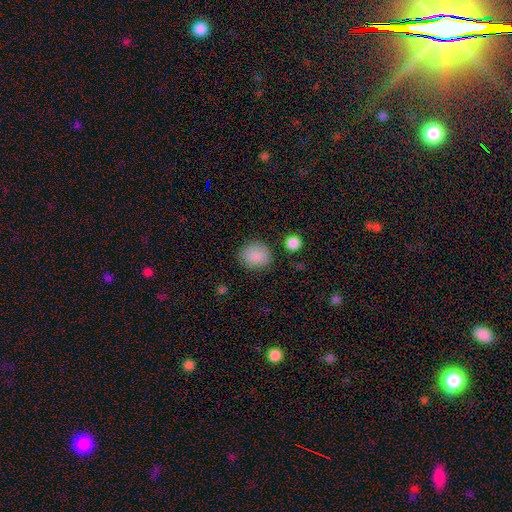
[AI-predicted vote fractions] A smooth galaxy with no disk features (87%) that is round (70%). Merging: none (80%).